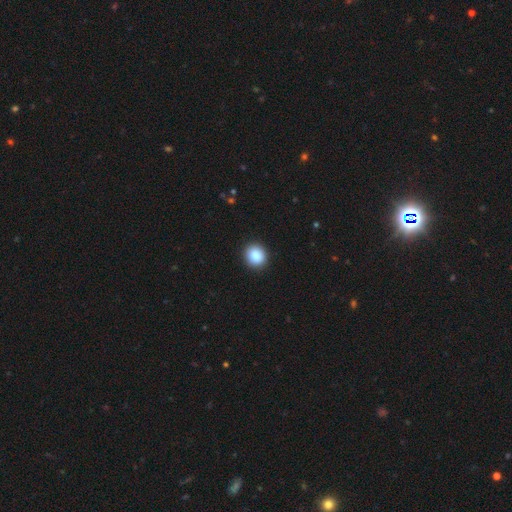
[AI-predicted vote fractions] smooth 88%, star or artifact 9%, featured or disk 4%. Down the decision tree: how rounded — round (81%); merging — none (91%).